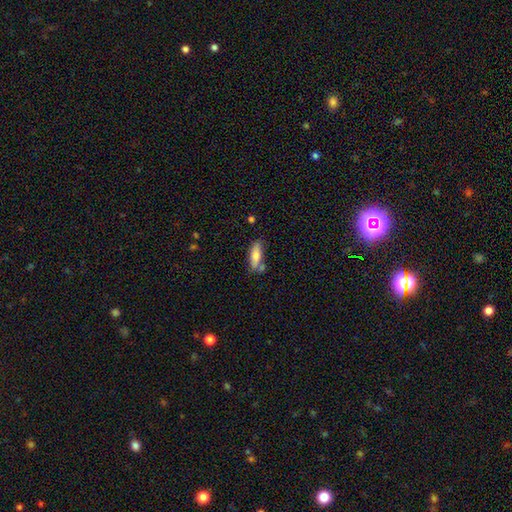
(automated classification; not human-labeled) The model was most divided on "how rounded": in between: 64%, cigar-shaped: 34%, round: 2%. More confident: smooth or featured — smooth (75%); merging — none (62%).